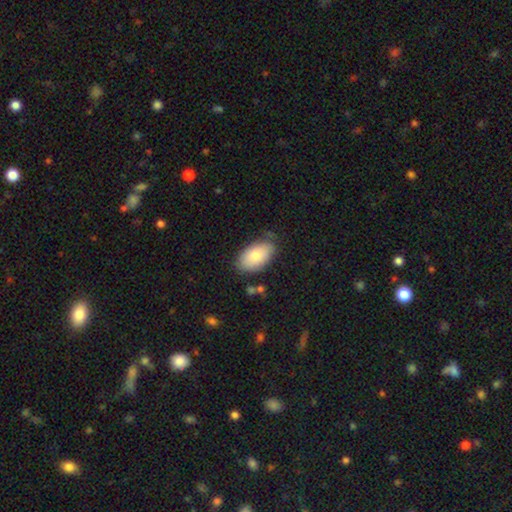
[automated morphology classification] This appears to be a smooth galaxy with no disk features (79%) that is in between round and cigar-shaped (94%). Merging: none (72%).